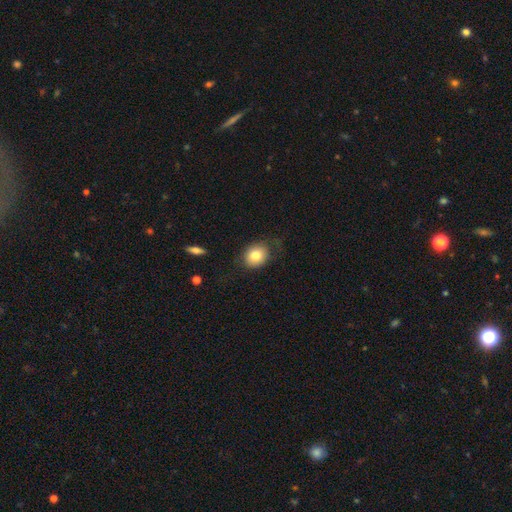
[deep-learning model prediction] Overall: smooth (78%). How rounded: round (60%; in between 39%). Merging: none (72%).